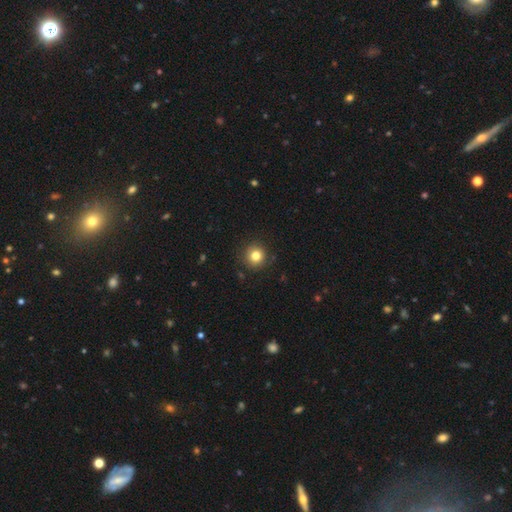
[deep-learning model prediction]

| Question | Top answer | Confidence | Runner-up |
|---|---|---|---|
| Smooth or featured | smooth | 82% | star or artifact (12%) |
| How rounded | round | 94% | in between (5%) |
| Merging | none | 90% | minor disturbance (7%) |